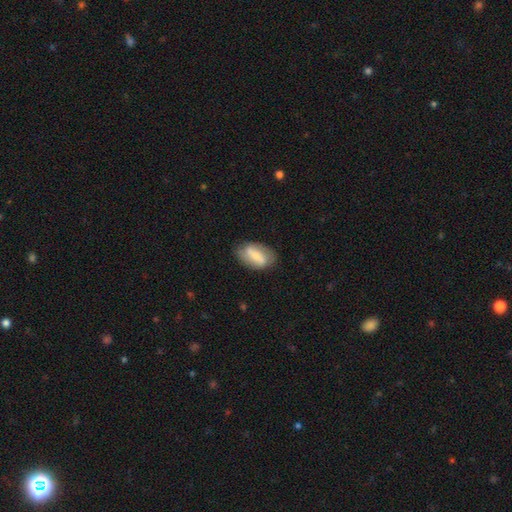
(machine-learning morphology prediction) smooth-or-featured: smooth: 50% | featured or disk: 43% | star or artifact: 7%
  how-rounded: in between: 89% | round: 6% | cigar-shaped: 4%
  merging: none: 76% | minor disturbance: 18% | major disturbance: 5% | merger: 2%